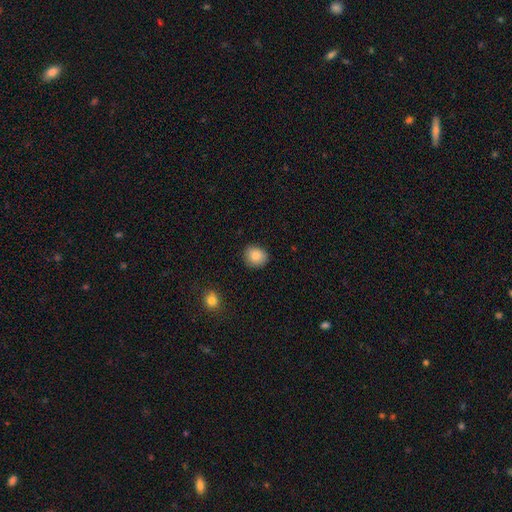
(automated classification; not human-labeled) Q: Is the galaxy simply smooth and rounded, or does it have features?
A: smooth — 86%.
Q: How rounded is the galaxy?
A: round — 74%.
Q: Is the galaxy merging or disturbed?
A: none — 86%.